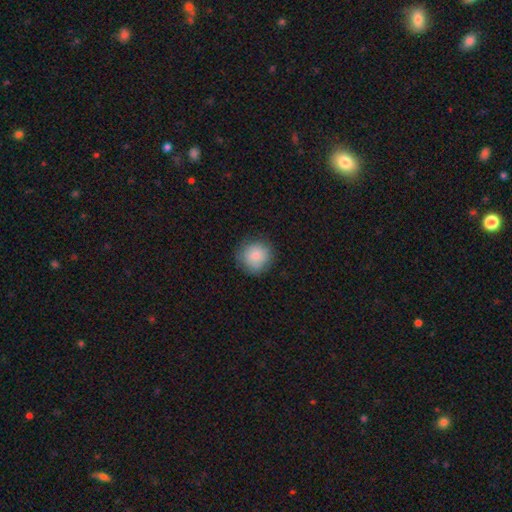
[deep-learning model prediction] Smooth or featured? Predicted: smooth (p=0.85). How rounded? Predicted: round (p=0.93). Merging? Predicted: none (p=0.85).